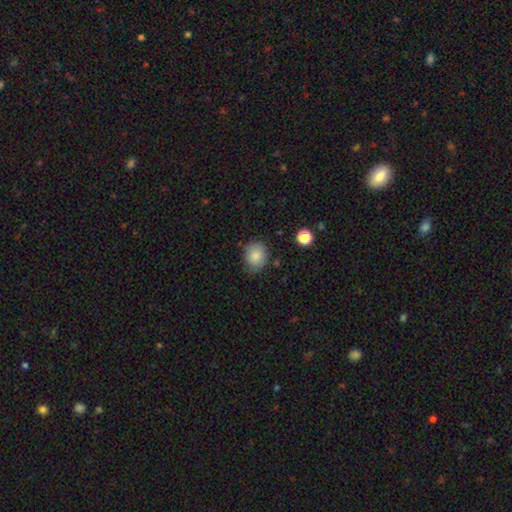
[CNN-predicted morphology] Smooth or featured: smooth — 84% (star or artifact — 9%)
How rounded: round — 60% (in between — 39%)
Merging: none — 74% (minor disturbance — 20%)